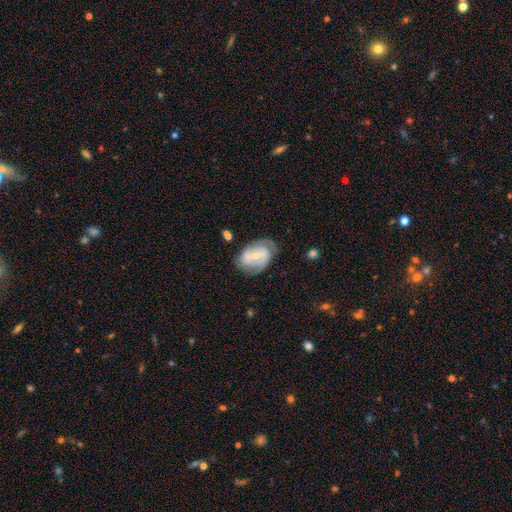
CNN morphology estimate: type=featured or disk (75%); edge-on=no (96%); bar=weak (42%); spiral arms=yes (87%); winding=tight (46%); arm count=2 (62%); bulge=small (55%); merging=none (62%).